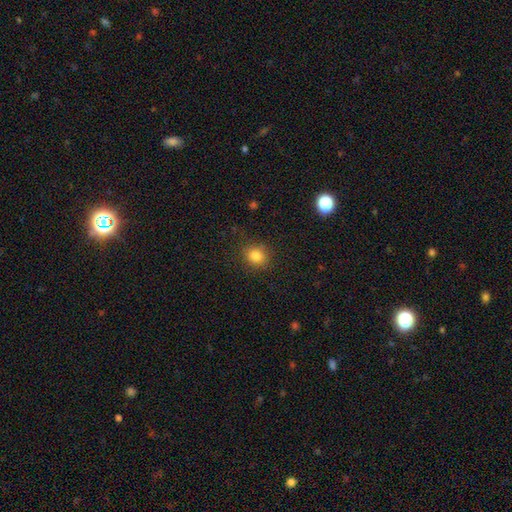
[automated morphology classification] A smooth galaxy with no disk features (83%) that is round (78%). Merging: none (86%).